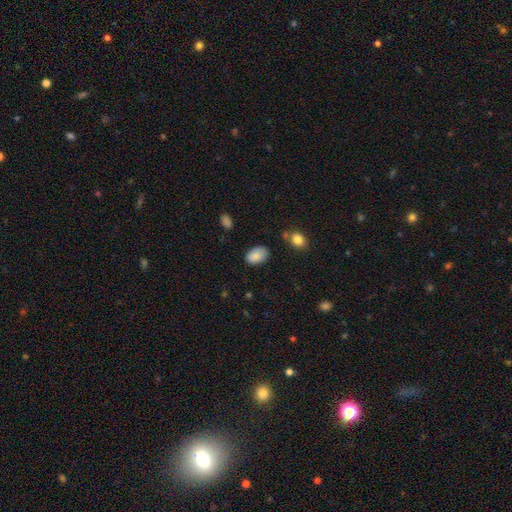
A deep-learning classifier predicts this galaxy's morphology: Smooth or featured? Predicted: smooth (p=0.87). How rounded? Predicted: in between (p=0.90). Merging? Predicted: none (p=0.75).